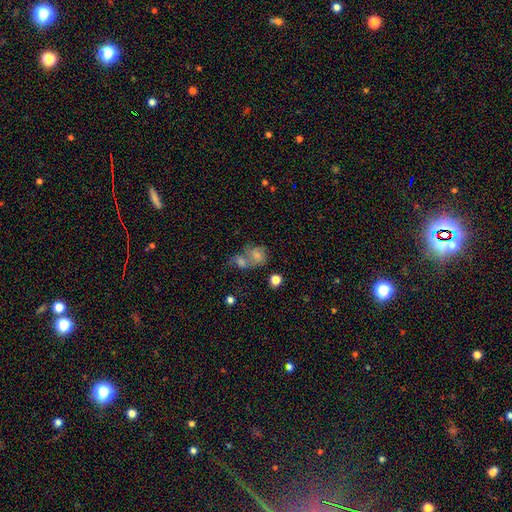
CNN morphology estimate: Q: Smooth or featured?
A: smooth (52%); runner-up: featured or disk (36%)
Q: How rounded?
A: round (54%); runner-up: in between (44%)
Q: Merging?
A: merger (59%); runner-up: none (24%)